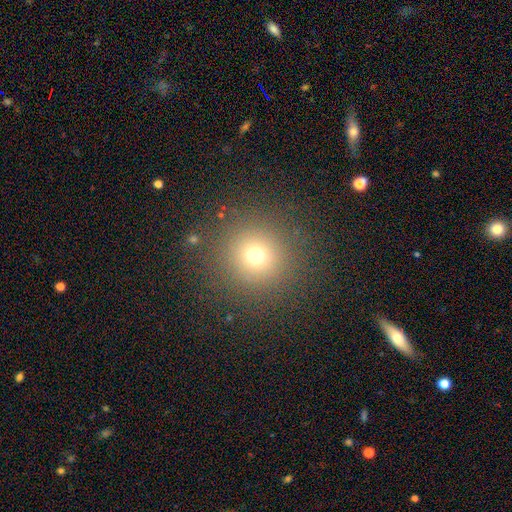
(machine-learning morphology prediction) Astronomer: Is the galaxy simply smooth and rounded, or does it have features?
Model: smooth — 70%.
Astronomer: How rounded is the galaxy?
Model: round — 95%.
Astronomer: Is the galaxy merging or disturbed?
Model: none — 88%.